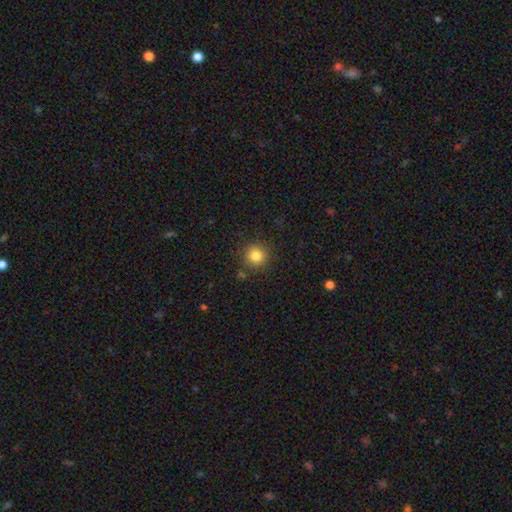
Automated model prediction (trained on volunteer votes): Smooth or featured?
  - smooth: 82% *
  - star or artifact: 12%
  - featured or disk: 6%
How rounded?
  - round: 94% *
  - in between: 6%
  - cigar-shaped: 1%
Merging?
  - none: 88% *
  - minor disturbance: 7%
  - major disturbance: 3%
  - merger: 3%